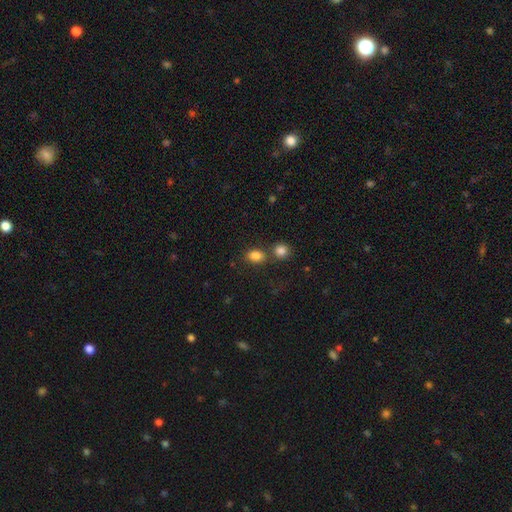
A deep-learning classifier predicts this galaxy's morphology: Smooth or featured? Predicted: smooth (p=0.84). How rounded? Predicted: in between (p=0.74). Merging? Predicted: none (p=0.60).